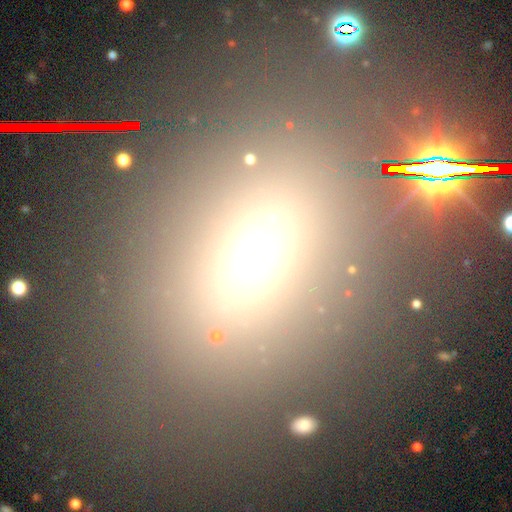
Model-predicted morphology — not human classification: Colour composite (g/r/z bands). It shows a smooth galaxy with no disk features (63%) that is in between round and cigar-shaped (54%). Merging: none (74%).